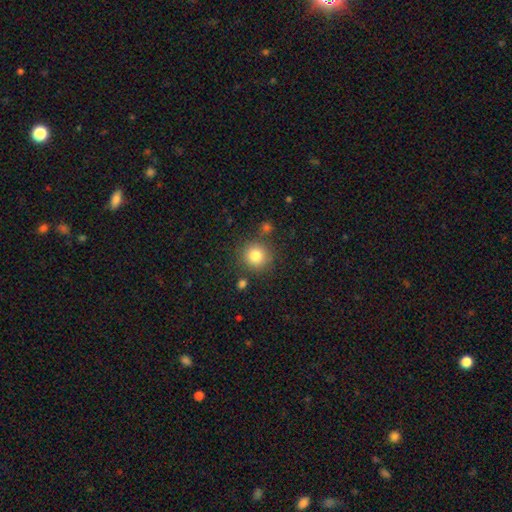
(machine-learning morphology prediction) Smooth or featured?
  - smooth: 82% *
  - star or artifact: 11%
  - featured or disk: 7%
How rounded?
  - round: 92% *
  - in between: 7%
  - cigar-shaped: 1%
Merging?
  - none: 83% *
  - minor disturbance: 9%
  - merger: 6%
  - major disturbance: 3%